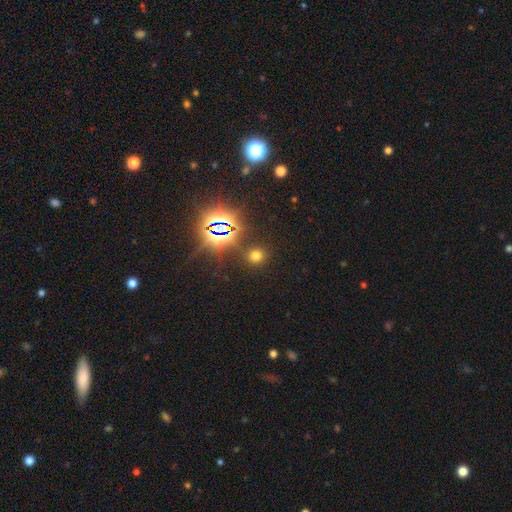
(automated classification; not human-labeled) Smooth or featured: smooth — 60% (star or artifact — 33%)
How rounded: round — 87% (in between — 12%)
Merging: none — 85% (minor disturbance — 8%)